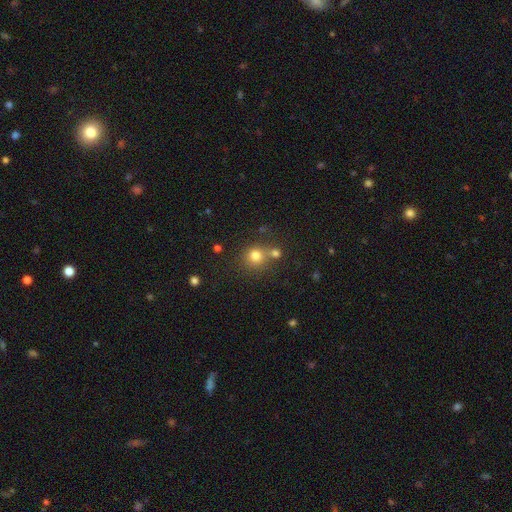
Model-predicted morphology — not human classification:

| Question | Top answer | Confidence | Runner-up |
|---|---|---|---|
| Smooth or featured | smooth | 77% | star or artifact (15%) |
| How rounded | round | 90% | in between (9%) |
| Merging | none | 60% | merger (27%) |